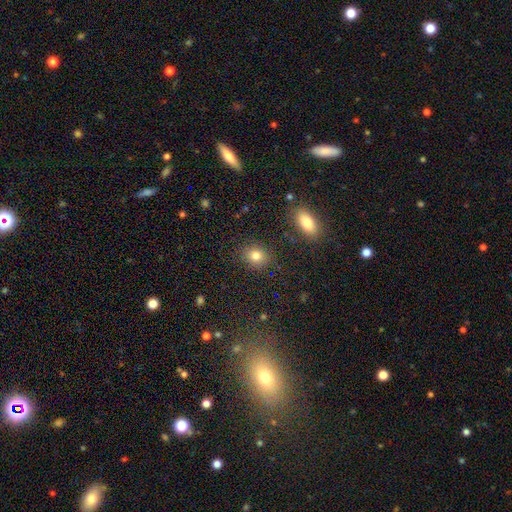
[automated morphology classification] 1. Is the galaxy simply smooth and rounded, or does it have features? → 81% smooth, 12% star or artifact, 8% featured or disk.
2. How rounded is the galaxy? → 56% round, 43% in between, 1% cigar-shaped.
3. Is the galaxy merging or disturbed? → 86% none, 9% minor disturbance, 3% major disturbance, 2% merger.